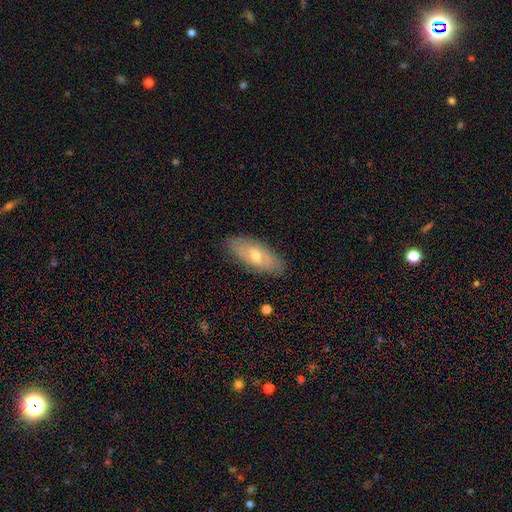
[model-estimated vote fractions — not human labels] This is possibly a featured or disk galaxy (47%). Merging: clearly none (84%).